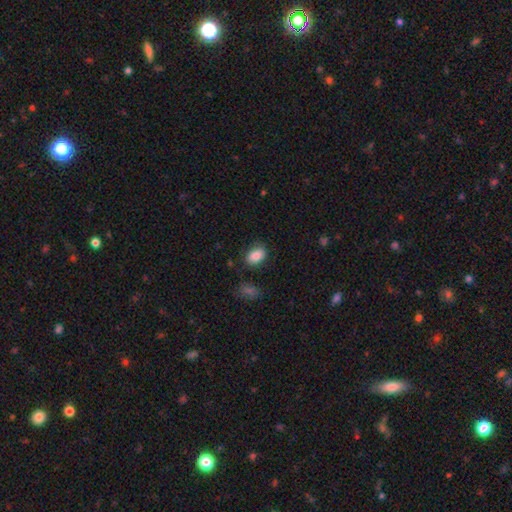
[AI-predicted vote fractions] This is clearly a smooth galaxy (86%). How rounded: clearly in between (85%). Merging: likely none (79%).